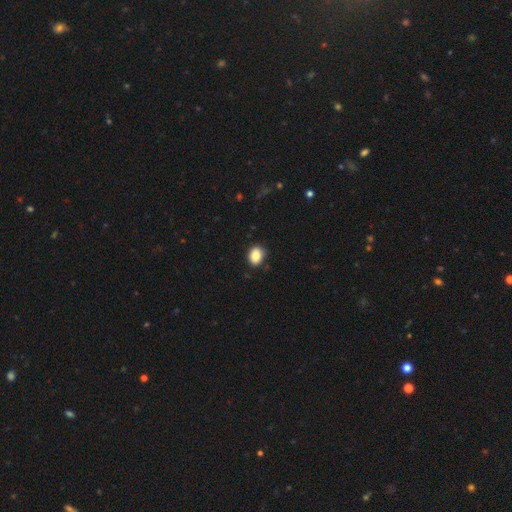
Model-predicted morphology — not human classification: smooth-or-featured: smooth: 87% | star or artifact: 8% | featured or disk: 5%
  how-rounded: in between: 67% | round: 32% | cigar-shaped: 1%
  merging: none: 85% | minor disturbance: 12% | major disturbance: 2% | merger: 1%